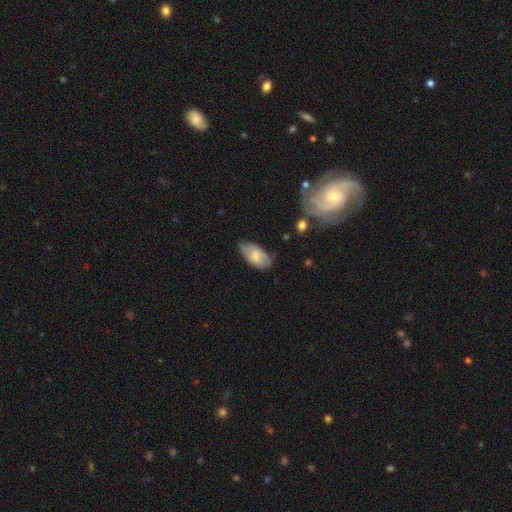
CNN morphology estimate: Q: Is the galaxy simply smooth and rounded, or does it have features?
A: smooth — 71%.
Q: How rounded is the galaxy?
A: in between — 94%.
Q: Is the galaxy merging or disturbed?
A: none — 55%.